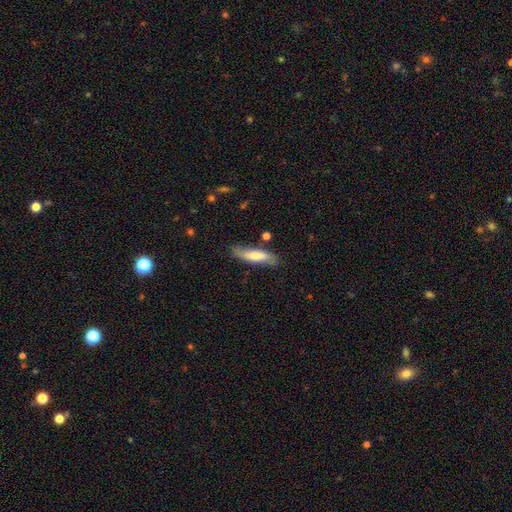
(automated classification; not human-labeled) smooth_or_featured: smooth (p=0.69) [alt: featured or disk p=0.25]
how_rounded: cigar-shaped (p=0.61) [alt: in between p=0.37]
merging: none (p=0.73) [alt: minor disturbance p=0.19]